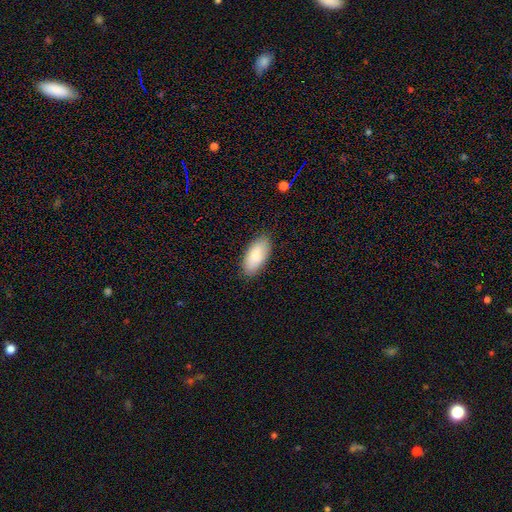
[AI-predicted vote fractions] Overall: smooth (84%). How rounded: in between (91%). Merging: none (86%).